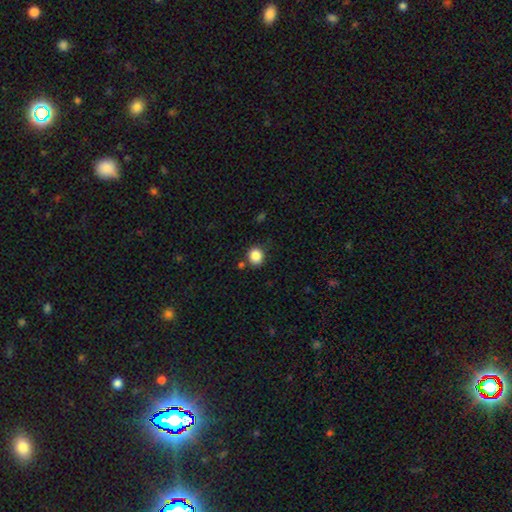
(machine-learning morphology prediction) A smooth galaxy with no disk features (86%) that is round (76%).

Vote fractions:
- Smooth or featured? smooth: 86% / star or artifact: 10% / featured or disk: 4%
- How rounded? round: 76% / in between: 23% / cigar-shaped: 1%
- Merging? none: 79% / minor disturbance: 12% / merger: 6% / major disturbance: 4%